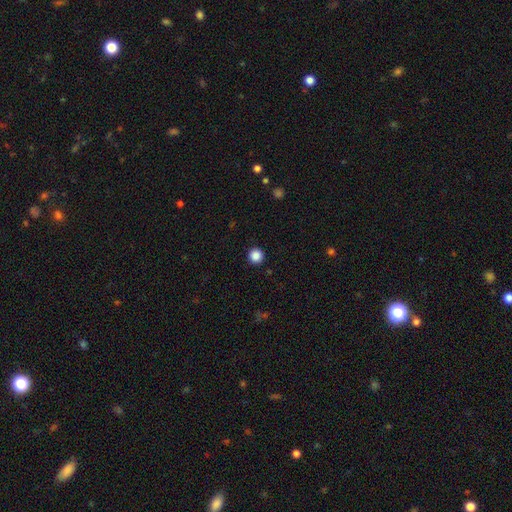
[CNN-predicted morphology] Q: Smooth or featured?
A: smooth (87%); runner-up: star or artifact (11%)
Q: How rounded?
A: round (96%); runner-up: in between (3%)
Q: Merging?
A: none (93%); runner-up: minor disturbance (4%)